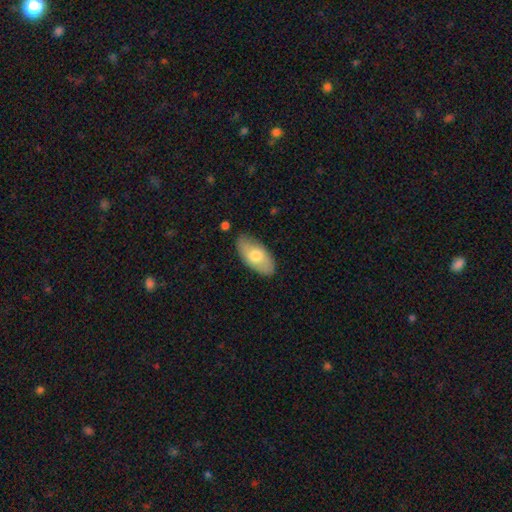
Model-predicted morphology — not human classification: smooth 69%, featured or disk 25%, star or artifact 6%. Down the decision tree: how rounded — in between (93%); merging — none (82%).